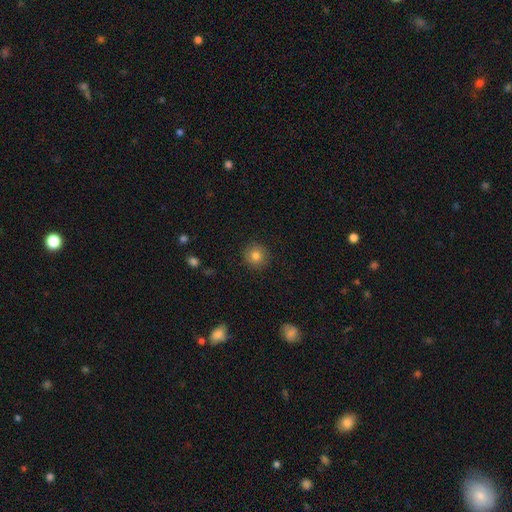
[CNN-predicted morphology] Smooth or featured?
  - smooth: 82% *
  - star or artifact: 11%
  - featured or disk: 7%
How rounded?
  - round: 93% *
  - in between: 6%
  - cigar-shaped: 1%
Merging?
  - none: 90% *
  - minor disturbance: 7%
  - major disturbance: 2%
  - merger: 1%